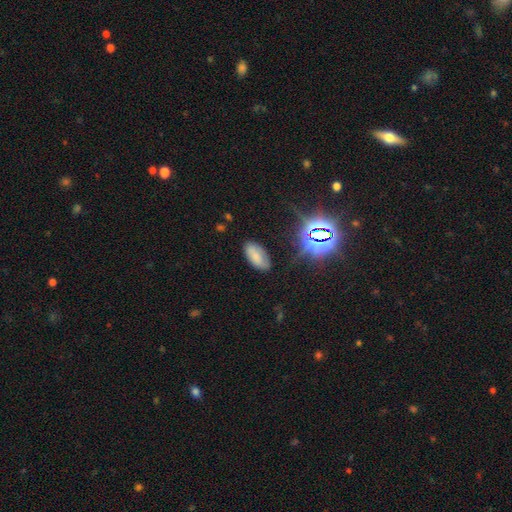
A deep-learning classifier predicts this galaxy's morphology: Overall: smooth (69%). How rounded: in between (94%). Merging: none (78%).